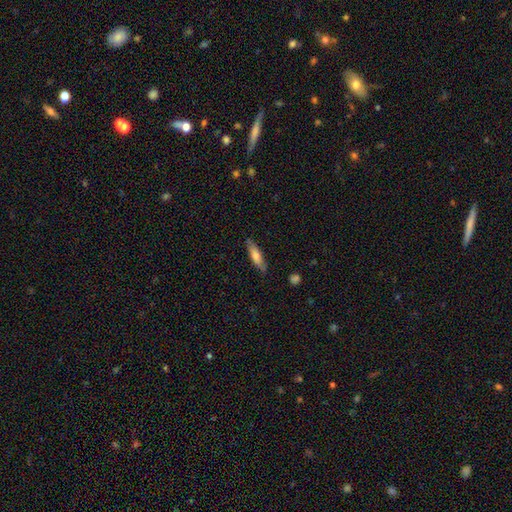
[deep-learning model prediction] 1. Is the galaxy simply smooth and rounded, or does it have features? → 65% smooth, 29% featured or disk, 6% star or artifact.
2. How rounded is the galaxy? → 68% cigar-shaped, 30% in between, 2% round.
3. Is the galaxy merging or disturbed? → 81% none, 15% minor disturbance, 3% major disturbance, 1% merger.